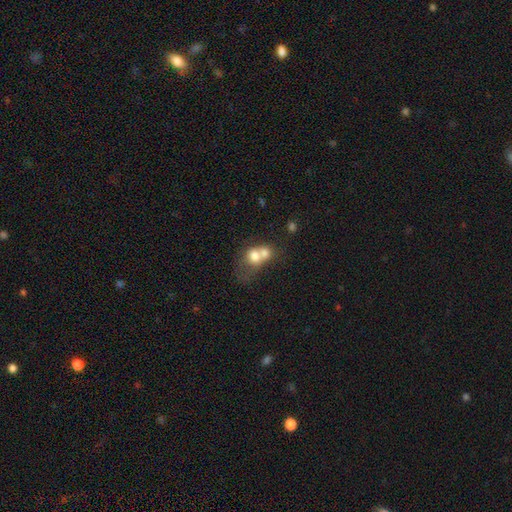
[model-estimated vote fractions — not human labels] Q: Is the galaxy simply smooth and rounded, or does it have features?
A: smooth — 68%.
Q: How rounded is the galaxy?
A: round — 59%.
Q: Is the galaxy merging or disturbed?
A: merger — 71%.